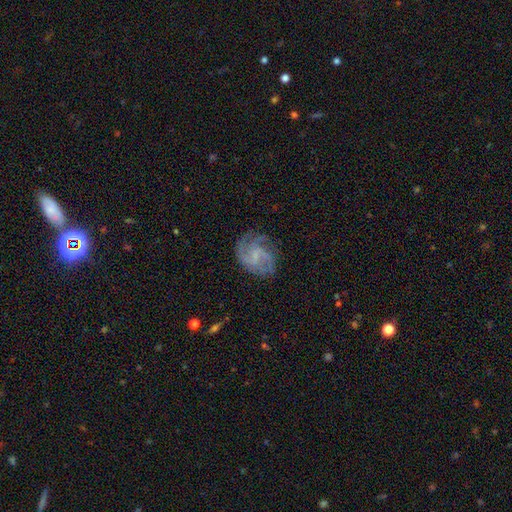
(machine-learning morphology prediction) Smooth or featured? Predicted: featured or disk (p=0.82). Edge-on disk? Predicted: no (p=0.98). Bar? Predicted: weak (p=0.48). Spiral arms? Predicted: yes (p=0.96). Spiral winding? Predicted: medium (p=0.50). Spiral arm count? Predicted: 3 (p=0.38). Bulge size? Predicted: small (p=0.51). Merging? Predicted: none (p=0.70).